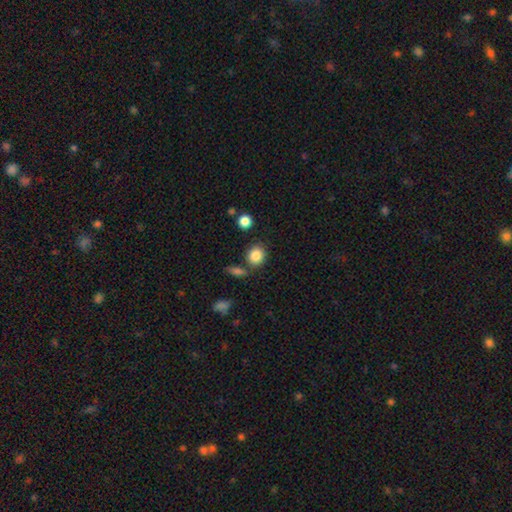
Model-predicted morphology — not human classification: smooth 85%, star or artifact 9%, featured or disk 6%. Down the decision tree: how rounded — round (77%); merging — none (75%).